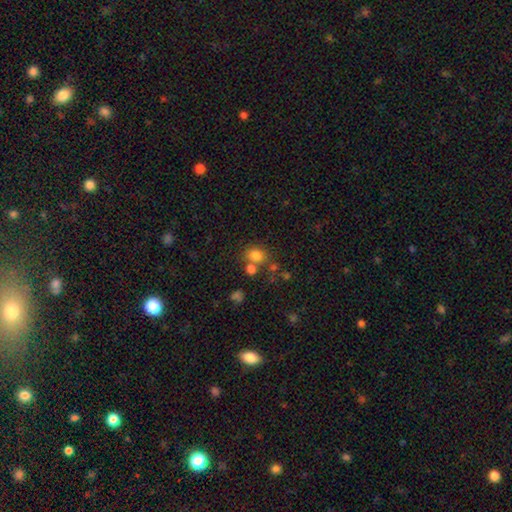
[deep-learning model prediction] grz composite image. It shows a smooth galaxy with no disk features (78%) that is round (62%). Merging: none (60%).